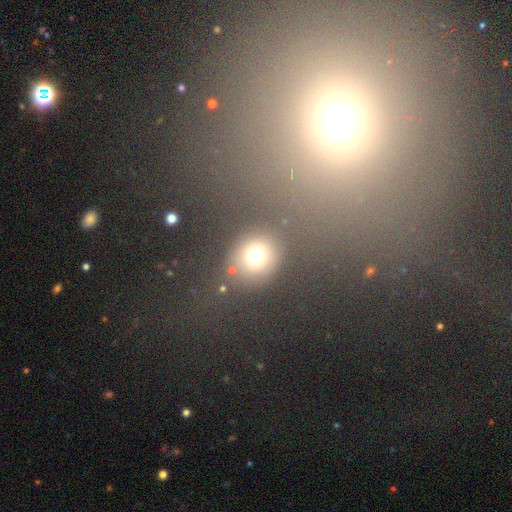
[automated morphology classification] Overall: smooth (72%). How rounded: round (74%). Merging: none (77%).